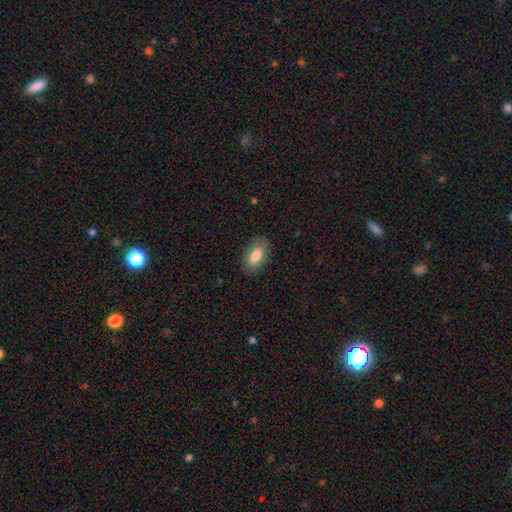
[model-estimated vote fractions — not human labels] Smooth or featured? Predicted: smooth (p=0.83). How rounded? Predicted: in between (p=0.91). Merging? Predicted: none (p=0.83).